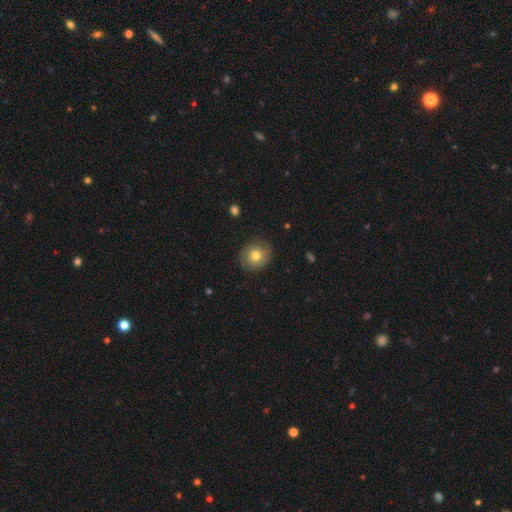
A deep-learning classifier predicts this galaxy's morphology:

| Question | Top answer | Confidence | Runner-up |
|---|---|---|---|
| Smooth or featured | smooth | 69% | featured or disk (22%) |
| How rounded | round | 79% | in between (20%) |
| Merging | none | 82% | minor disturbance (13%) |